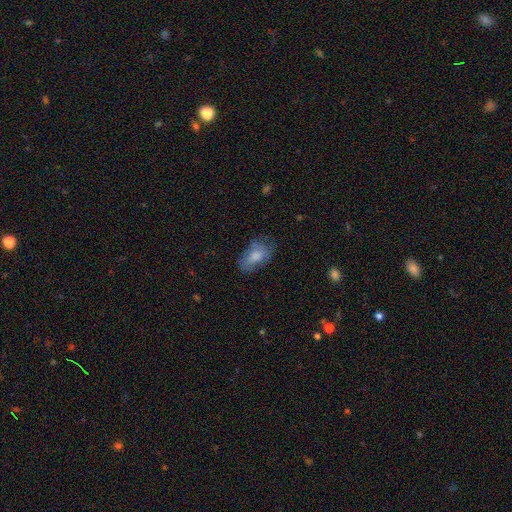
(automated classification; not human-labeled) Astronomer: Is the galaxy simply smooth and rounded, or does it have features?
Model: smooth — 61%.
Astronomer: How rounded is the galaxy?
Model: in between — 89%.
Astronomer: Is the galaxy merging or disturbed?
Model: none — 68%.